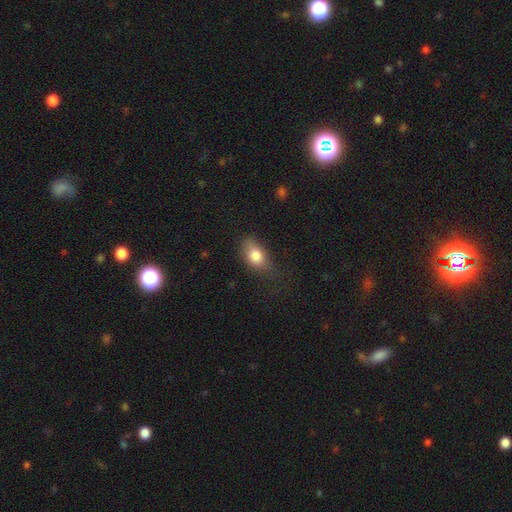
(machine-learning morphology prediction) Overall: smooth (80%). How rounded: in between (81%). Merging: none (54%; minor disturbance 30%).